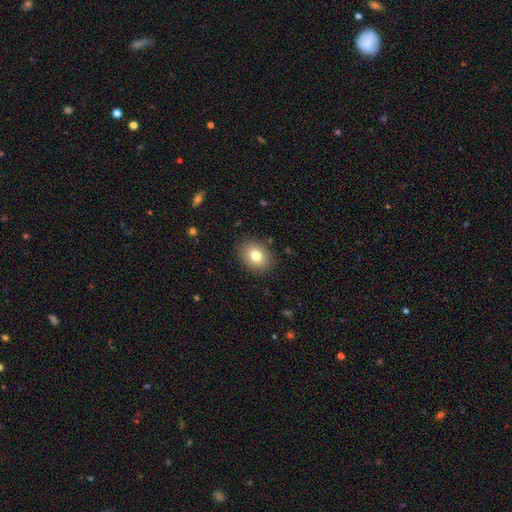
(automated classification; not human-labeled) Q: Smooth or featured?
A: smooth (80%); runner-up: featured or disk (11%)
Q: How rounded?
A: in between (55%); runner-up: round (44%)
Q: Merging?
A: none (87%); runner-up: minor disturbance (9%)